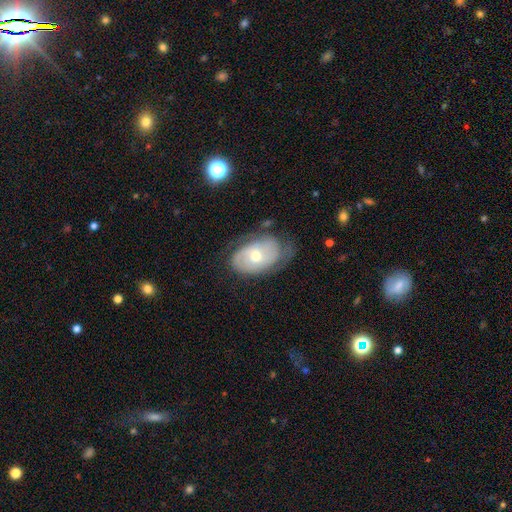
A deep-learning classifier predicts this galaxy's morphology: Q: Smooth or featured?
A: featured or disk (55%); runner-up: smooth (38%)
Q: Edge-on disk?
A: no (94%); runner-up: yes (6%)
Q: Bar?
A: no (77%); runner-up: weak (19%)
Q: Spiral arms?
A: yes (67%); runner-up: no (33%)
Q: Bulge size?
A: moderate (60%); runner-up: small (35%)
Q: Merging?
A: none (50%); runner-up: minor disturbance (31%)